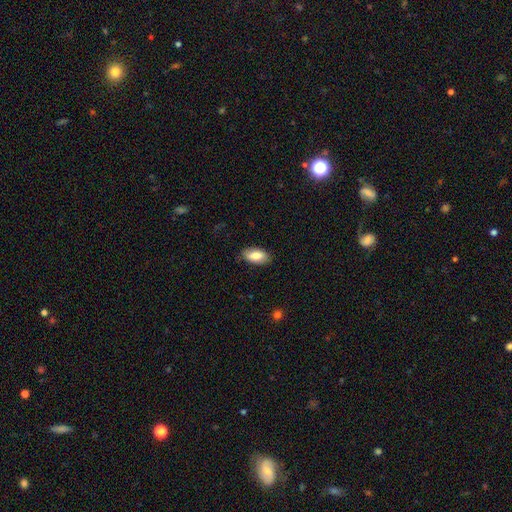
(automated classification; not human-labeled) A smooth galaxy with no disk features (81%) that is in between round and cigar-shaped (91%). Merging: none (84%).